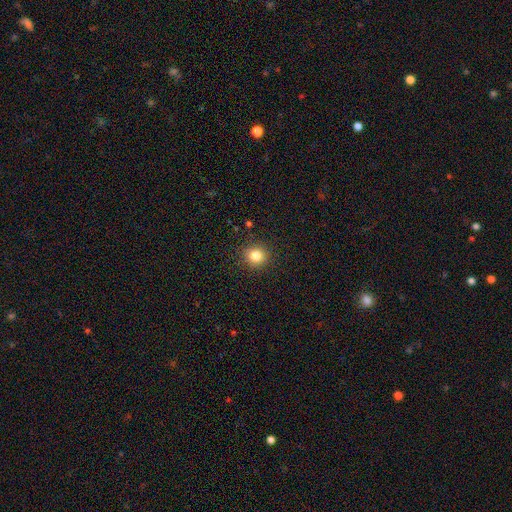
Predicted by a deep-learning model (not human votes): A smooth galaxy with no disk features (83%) that is round (88%). Merging: none (90%).